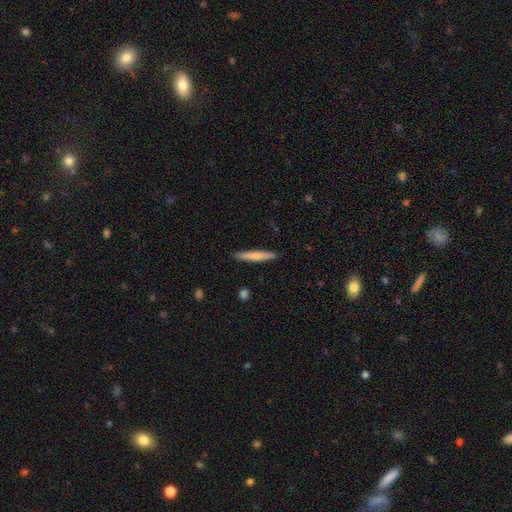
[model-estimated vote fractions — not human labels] Smooth or featured? Predicted: smooth (p=0.67). How rounded? Predicted: cigar-shaped (p=0.94). Merging? Predicted: none (p=0.90).